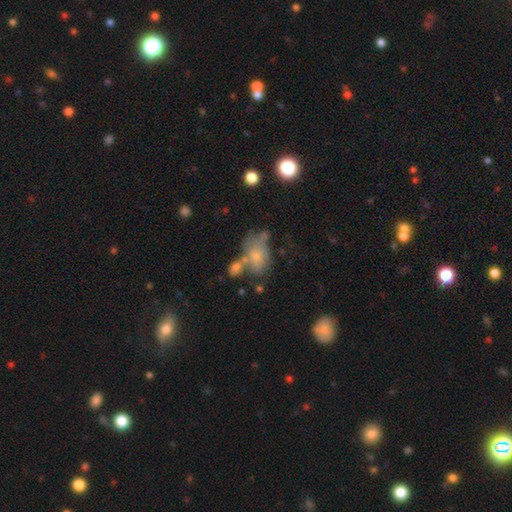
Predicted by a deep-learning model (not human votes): A smooth galaxy with no disk features (64%) that is in between round and cigar-shaped (84%). Merging: none (31%).